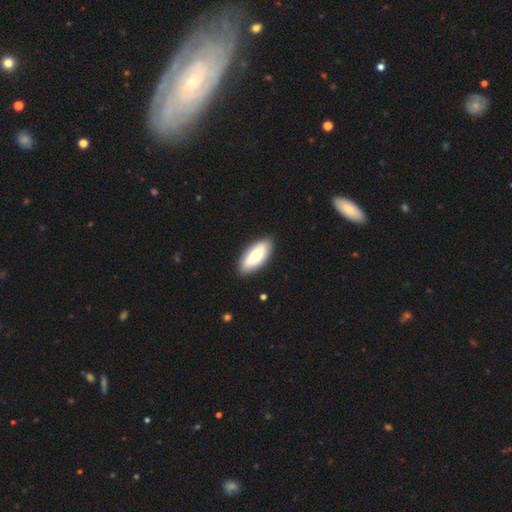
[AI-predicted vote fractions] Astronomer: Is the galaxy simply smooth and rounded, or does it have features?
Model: smooth — 72%.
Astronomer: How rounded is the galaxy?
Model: in between — 83%.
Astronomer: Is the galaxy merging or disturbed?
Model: none — 89%.